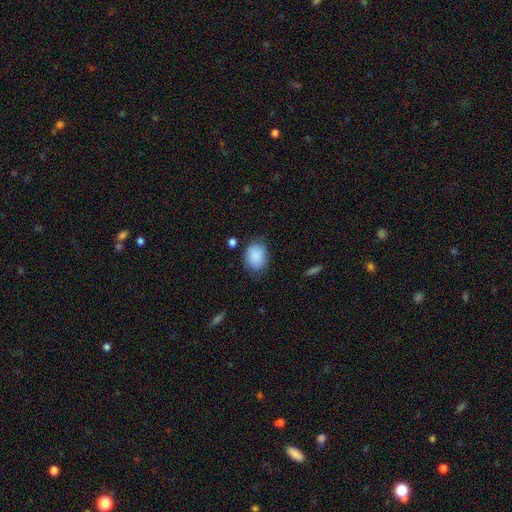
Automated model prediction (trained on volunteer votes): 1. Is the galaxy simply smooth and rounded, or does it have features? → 87% smooth, 7% star or artifact, 6% featured or disk.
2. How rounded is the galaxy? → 57% in between, 42% round, 1% cigar-shaped.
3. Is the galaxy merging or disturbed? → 72% none, 21% minor disturbance, 5% major disturbance, 2% merger.